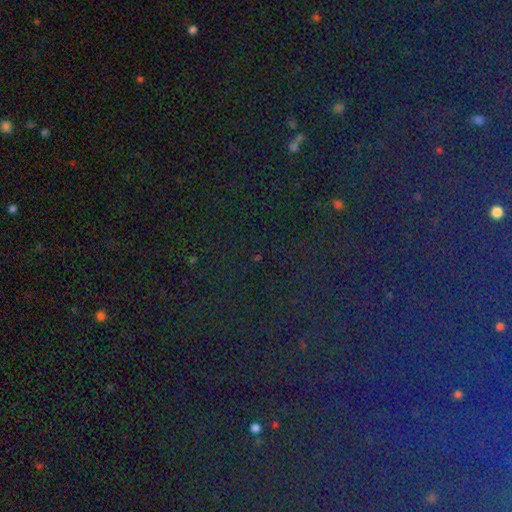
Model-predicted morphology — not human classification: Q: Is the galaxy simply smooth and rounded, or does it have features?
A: star or artifact — 82%.